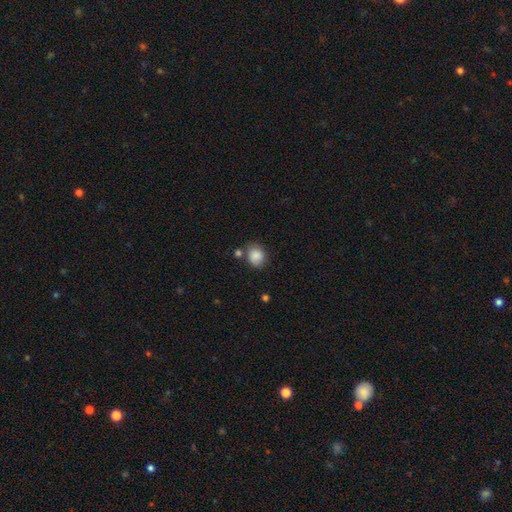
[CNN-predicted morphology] Overall: smooth (85%). How rounded: round (60%; in between 39%). Merging: none (67%).